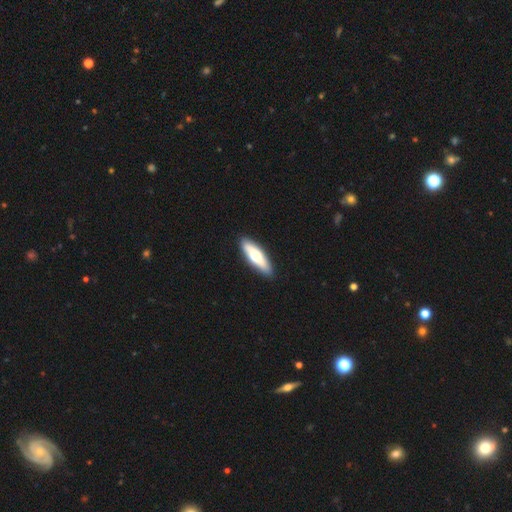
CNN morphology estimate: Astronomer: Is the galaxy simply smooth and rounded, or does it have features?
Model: smooth — 56% (runner-up: featured or disk, 39%).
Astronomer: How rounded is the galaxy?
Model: cigar-shaped — 57% (runner-up: in between, 41%).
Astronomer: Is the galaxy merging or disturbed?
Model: none — 90%.